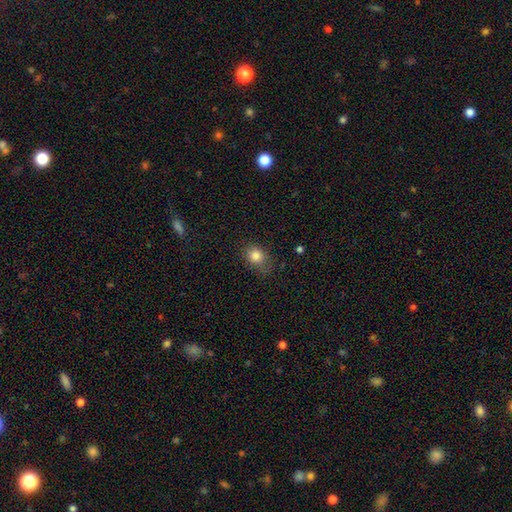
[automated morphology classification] The model was most divided on "how rounded": round: 55%, in between: 44%, cigar-shaped: 1%. More confident: smooth or featured — smooth (83%); merging — none (71%).